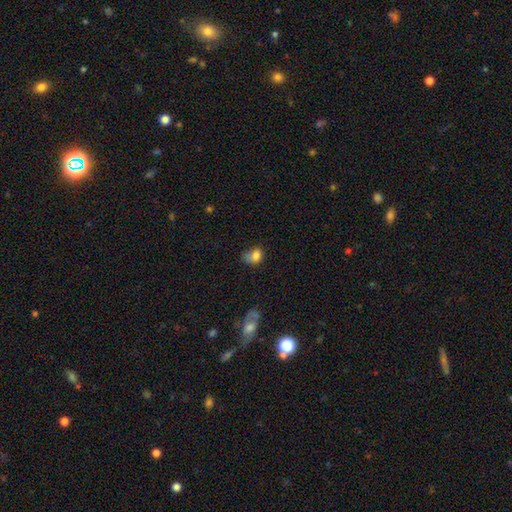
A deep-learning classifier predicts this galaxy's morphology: A smooth galaxy with no disk features (75%) that is in between round and cigar-shaped (65%). Merging: minor disturbance (30%).